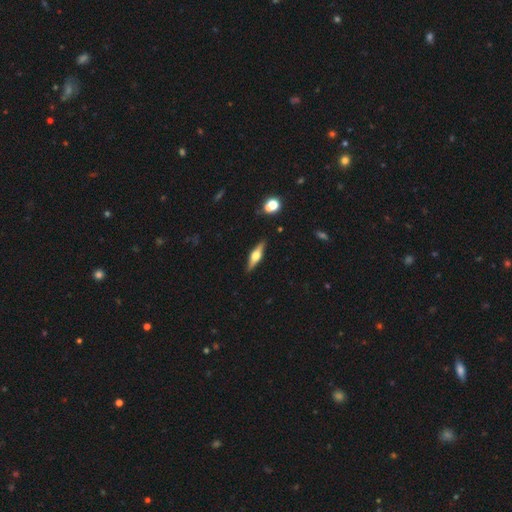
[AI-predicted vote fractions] Smooth or featured? featured or disk (65%)
Edge-on disk? yes (96%)
Edge-on bulge? rounded (94%)
Merging? none (89%)